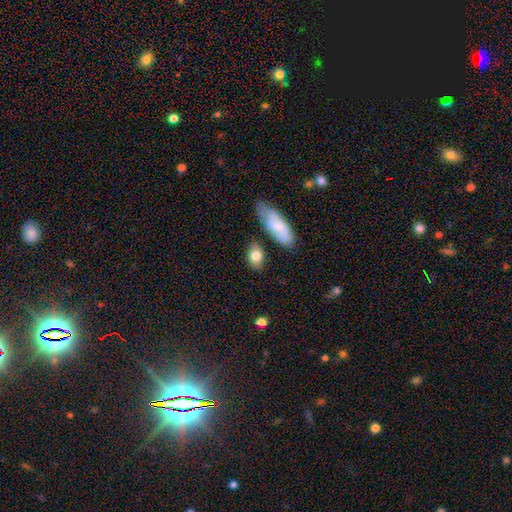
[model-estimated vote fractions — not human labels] A smooth galaxy with no disk features (81%) that is in between round and cigar-shaped (81%).

Vote fractions:
- Smooth or featured? smooth: 81% / featured or disk: 13% / star or artifact: 7%
- How rounded? in between: 81% / round: 14% / cigar-shaped: 5%
- Merging? none: 74% / minor disturbance: 15% / merger: 8% / major disturbance: 4%